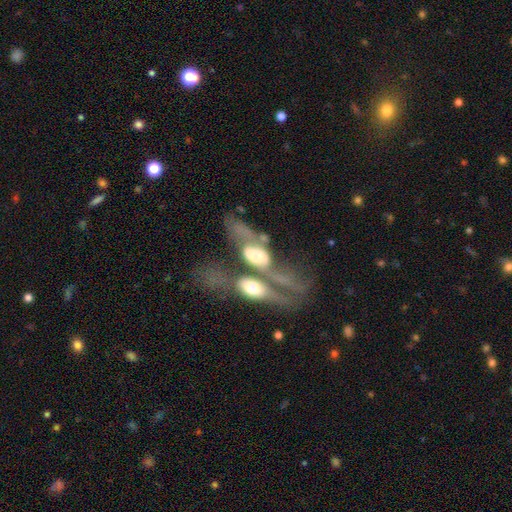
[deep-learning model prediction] Q: Smooth or featured?
A: featured or disk (65%); runner-up: smooth (27%)
Q: Edge-on disk?
A: no (68%); runner-up: yes (32%)
Q: Merging?
A: merger (62%); runner-up: none (17%)